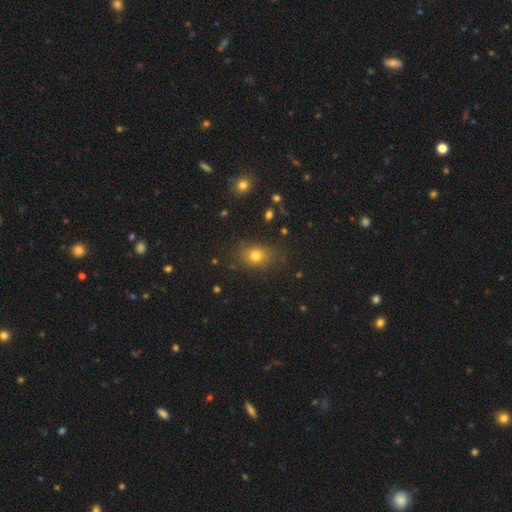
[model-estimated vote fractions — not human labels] smooth-or-featured: smooth: 76% | star or artifact: 15% | featured or disk: 9%
  how-rounded: in between: 51% | round: 47% | cigar-shaped: 1%
  merging: none: 78% | minor disturbance: 15% | major disturbance: 5% | merger: 2%